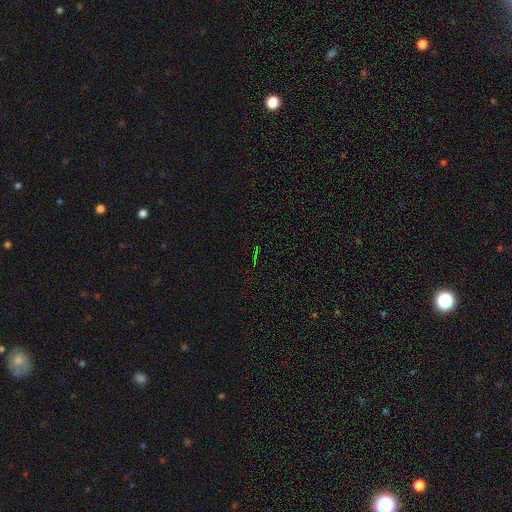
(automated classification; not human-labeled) Smooth or featured?
  - star or artifact: 76% *
  - smooth: 13%
  - featured or disk: 11%